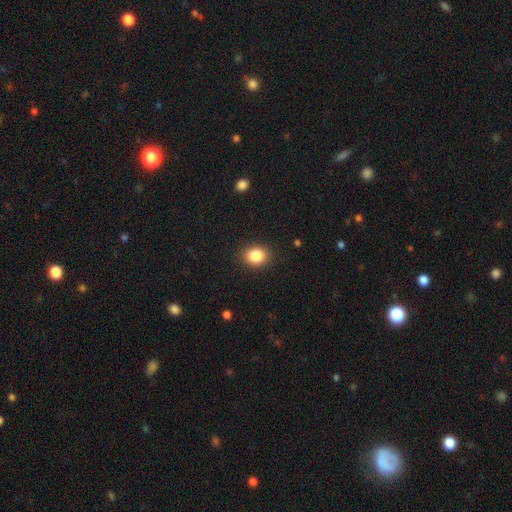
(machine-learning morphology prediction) smooth 85%, star or artifact 10%, featured or disk 5%. Down the decision tree: how rounded — round (62%); merging — none (89%).